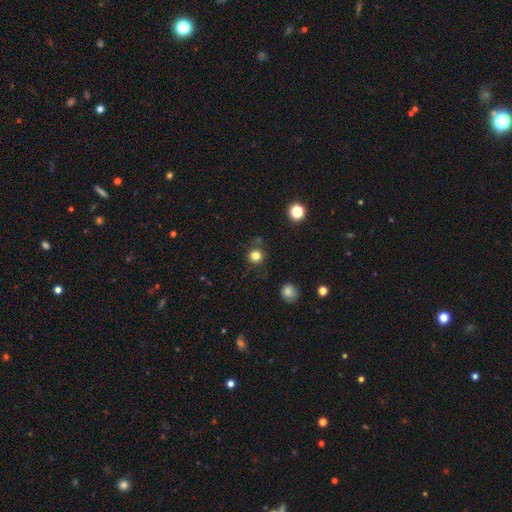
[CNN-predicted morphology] Q: Smooth or featured?
A: smooth (80%); runner-up: star or artifact (15%)
Q: How rounded?
A: round (94%); runner-up: in between (5%)
Q: Merging?
A: none (84%); runner-up: minor disturbance (9%)